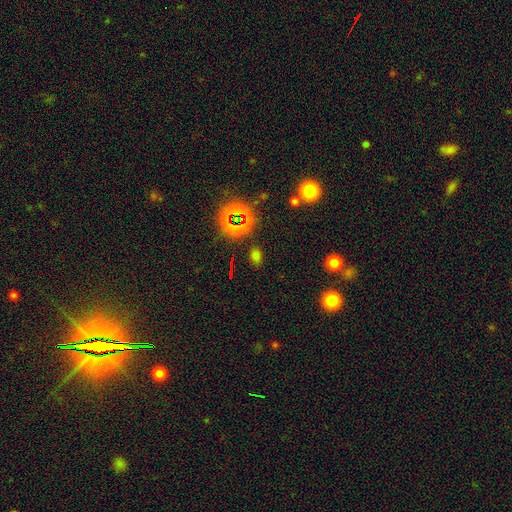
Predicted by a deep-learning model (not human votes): Morphology: type=smooth (57%); roundness=in between (63%); merging=none (83%).